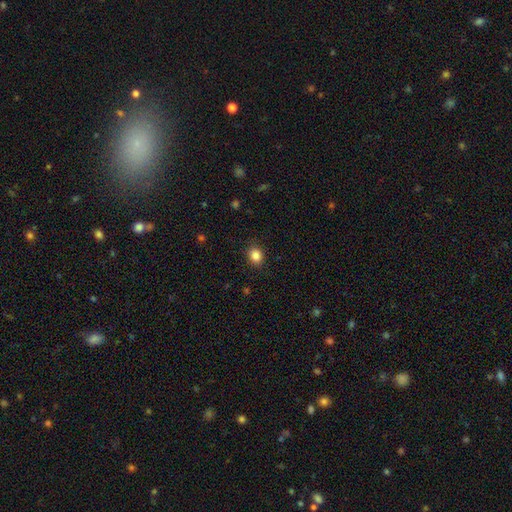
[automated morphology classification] This appears to be a smooth galaxy with no disk features (85%) that is round (57%). Merging: none (88%).